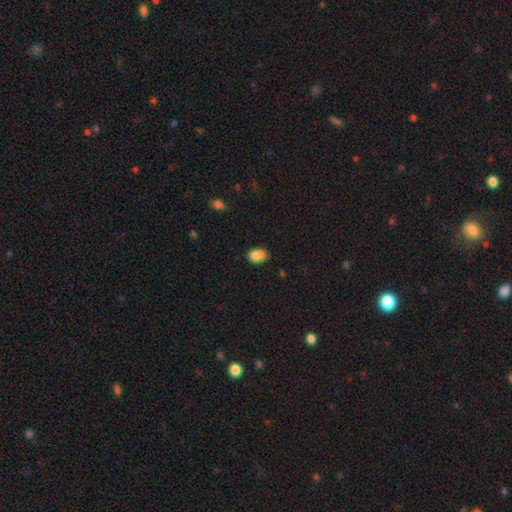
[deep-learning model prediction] The model was most divided on "merging": none: 66%, minor disturbance: 26%, major disturbance: 4%, merger: 4%. More confident: smooth or featured — smooth (84%); how rounded — in between (80%).